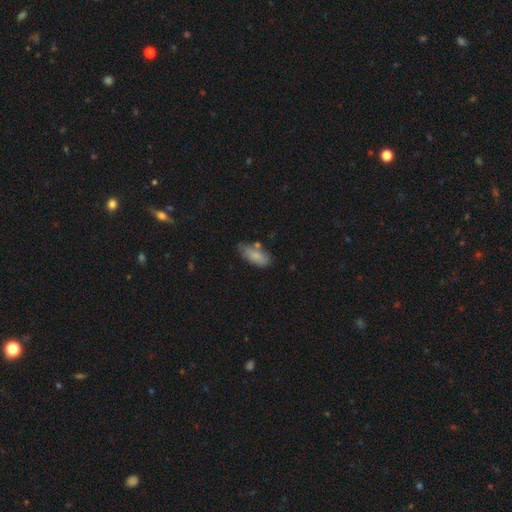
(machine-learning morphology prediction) smooth 81%, featured or disk 12%, star or artifact 7%. Down the decision tree: how rounded — in between (86%); merging — none (59%).